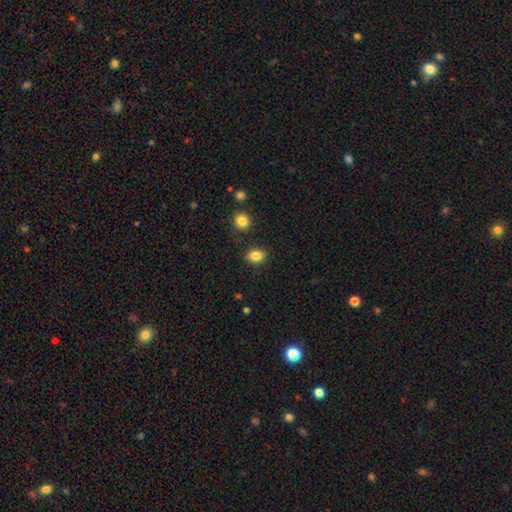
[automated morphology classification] smooth 85%, star or artifact 9%, featured or disk 6%. Down the decision tree: how rounded — in between (72%); merging — none (87%).